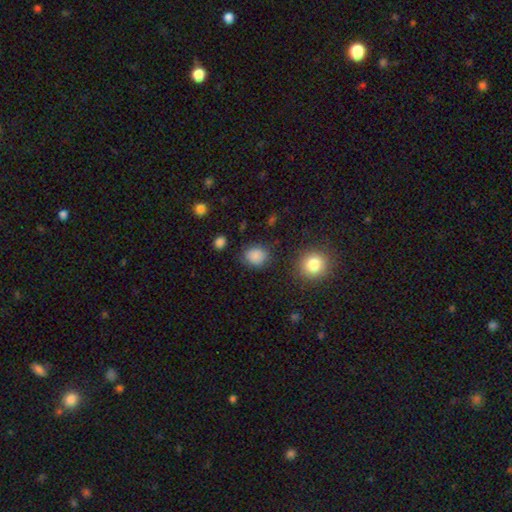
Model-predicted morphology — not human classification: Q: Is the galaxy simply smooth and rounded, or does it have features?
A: smooth — 86%.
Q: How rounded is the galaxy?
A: round — 71%.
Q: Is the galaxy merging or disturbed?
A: none — 82%.